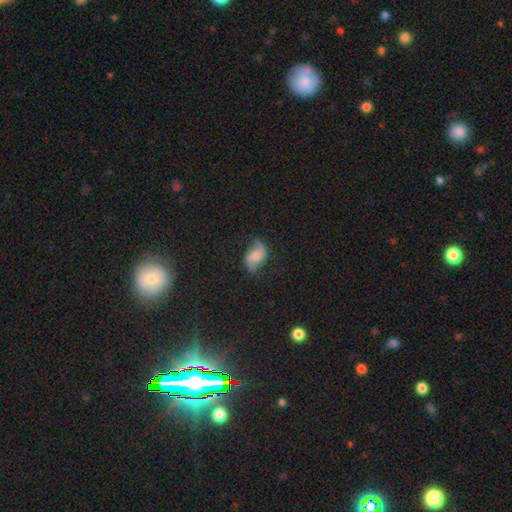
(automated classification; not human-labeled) featured or disk 62%, smooth 28%, star or artifact 10%. Down the decision tree: edge-on disk — no (96%); bar — no (56%); spiral arms — yes (91%); spiral arm count — 2 (91%); spiral winding — loose (66%); bulge size — moderate (55%); merging — none (72%).